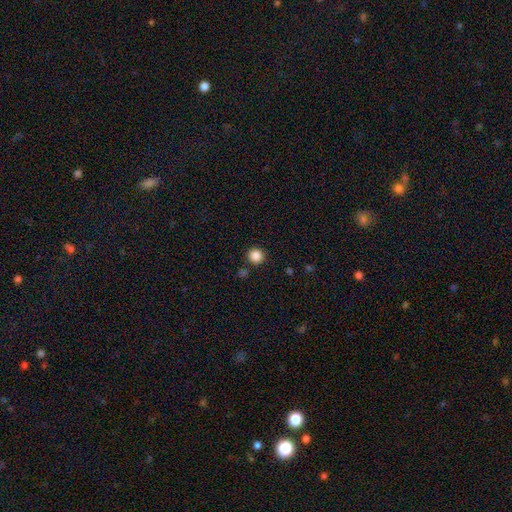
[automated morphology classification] This appears to be a smooth galaxy with no disk features (86%) that is round (93%). Merging: none (88%).